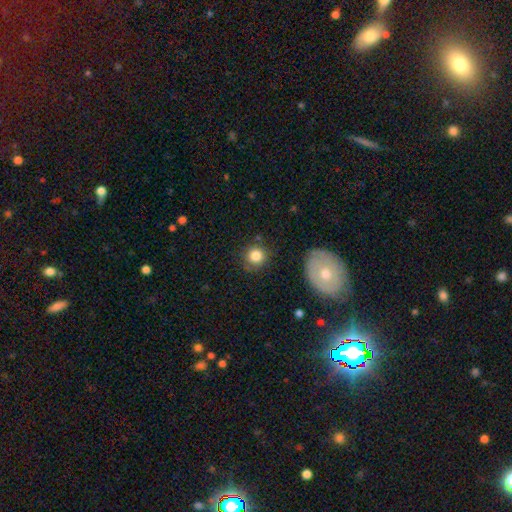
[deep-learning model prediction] Q: Smooth or featured?
A: smooth (84%); runner-up: star or artifact (9%)
Q: How rounded?
A: round (89%); runner-up: in between (10%)
Q: Merging?
A: none (80%); runner-up: minor disturbance (13%)